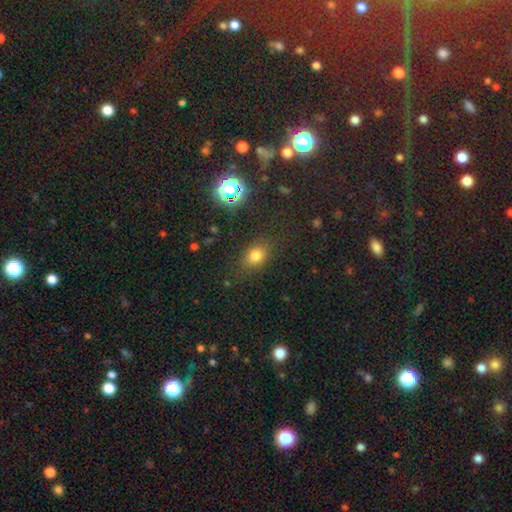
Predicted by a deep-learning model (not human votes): Smooth or featured? Predicted: smooth (p=0.72). How rounded? Predicted: in between (p=0.59). Merging? Predicted: none (p=0.80).